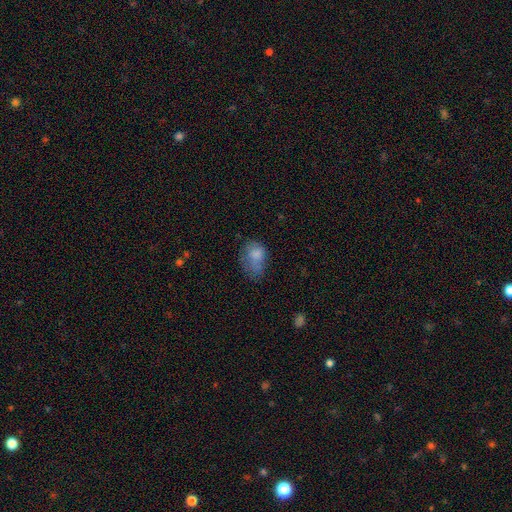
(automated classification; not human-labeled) smooth_or_featured: smooth (p=0.74) [alt: featured or disk p=0.15]
how_rounded: in between (p=0.73) [alt: round p=0.25]
merging: none (p=0.31) [tied with: minor disturbance p=0.31]